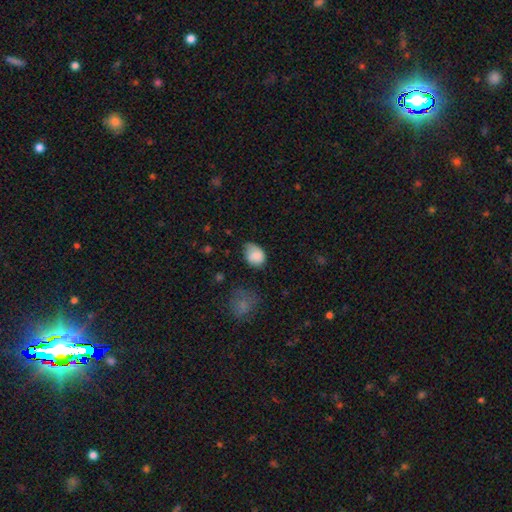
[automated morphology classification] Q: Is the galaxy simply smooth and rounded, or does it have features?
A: smooth — 81%.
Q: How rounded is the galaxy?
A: in between — 69%.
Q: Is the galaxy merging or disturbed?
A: none — 51%.